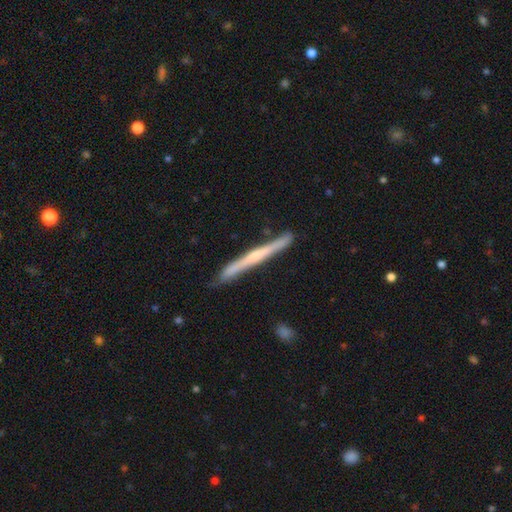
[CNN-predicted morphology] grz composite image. It shows a featured or disk galaxy (66%) viewed edge-on (97%) with a rounded central bulge (47%). Merging: none (82%).